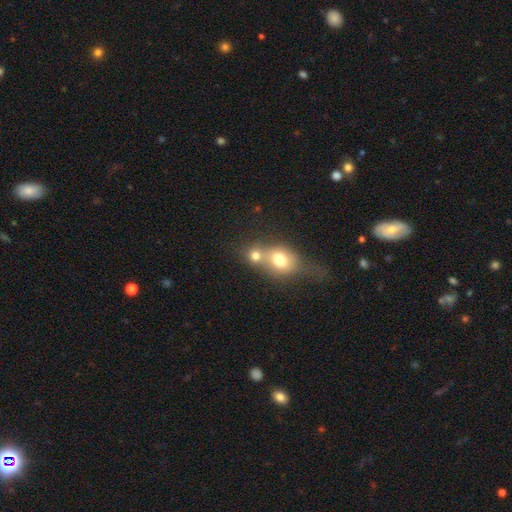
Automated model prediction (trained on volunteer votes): Smooth or featured? smooth (73%)
How rounded? round (69%)
Merging? merger (59%)